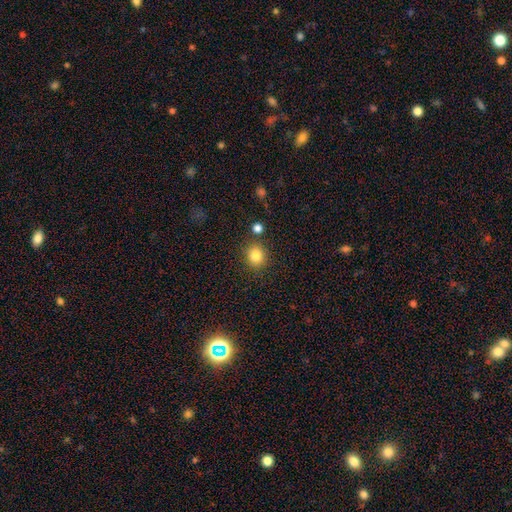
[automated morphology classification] Q: Smooth or featured?
A: smooth (83%); runner-up: star or artifact (11%)
Q: How rounded?
A: round (78%); runner-up: in between (21%)
Q: Merging?
A: none (82%); runner-up: minor disturbance (9%)